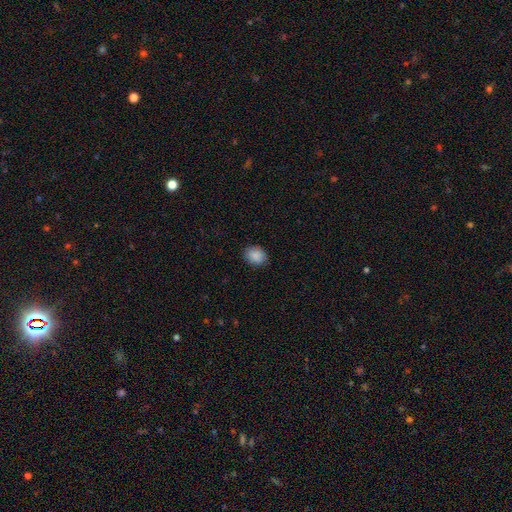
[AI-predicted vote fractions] Overall: smooth (89%). How rounded: round (50%; in between 49%). Merging: none (86%).